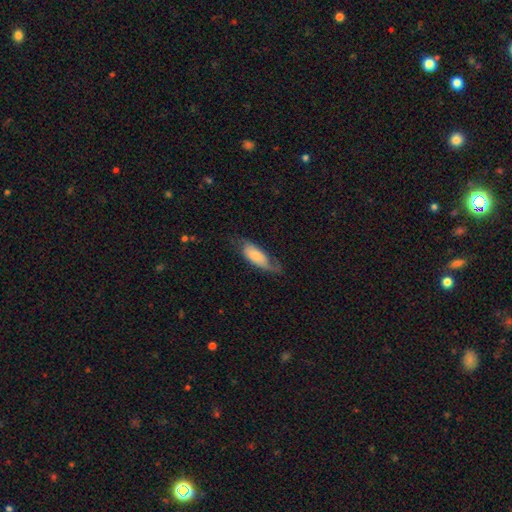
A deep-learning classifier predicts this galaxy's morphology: Overall: smooth (59%; featured or disk 35%). How rounded: in between (78%). Merging: none (47%; minor disturbance 31%).